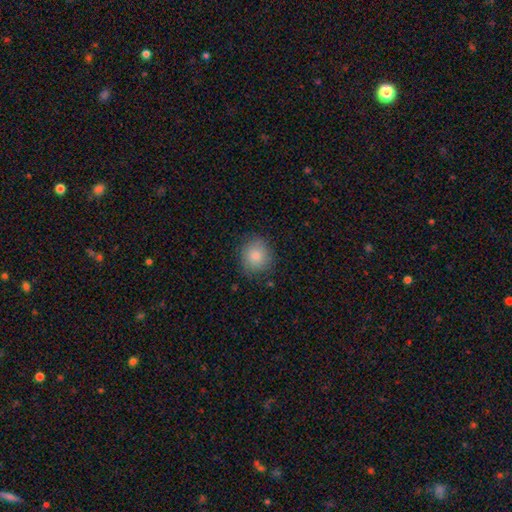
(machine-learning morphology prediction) smooth-or-featured: smooth: 84% | star or artifact: 9% | featured or disk: 7%
  how-rounded: round: 86% | in between: 13% | cigar-shaped: 1%
  merging: none: 83% | minor disturbance: 13% | major disturbance: 3% | merger: 1%